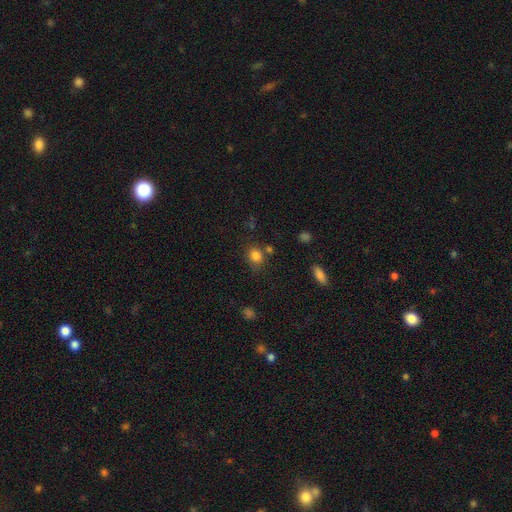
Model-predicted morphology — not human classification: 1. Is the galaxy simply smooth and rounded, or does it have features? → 82% smooth, 13% star or artifact, 6% featured or disk.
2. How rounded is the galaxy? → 67% round, 32% in between, 1% cigar-shaped.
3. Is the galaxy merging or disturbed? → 71% none, 14% minor disturbance, 10% merger, 5% major disturbance.